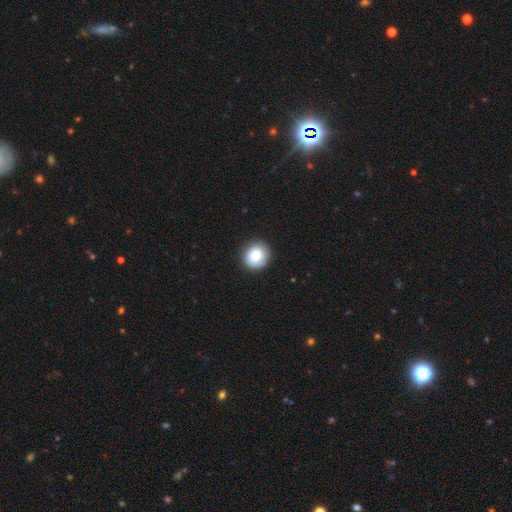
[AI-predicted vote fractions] A smooth galaxy with no disk features (81%) that is round (89%). Merging: none (88%).